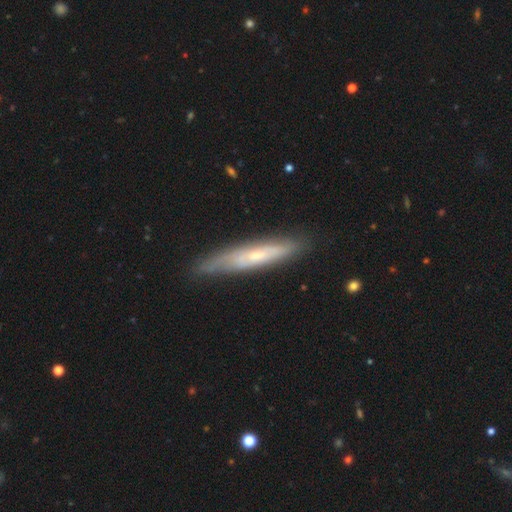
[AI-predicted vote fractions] A featured or disk galaxy (53%) viewed edge-on (75%).

Vote fractions:
- Smooth or featured? featured or disk: 53% / smooth: 41% / star or artifact: 6%
- Edge-on disk? yes: 75% / no: 25%
- Merging? none: 79% / minor disturbance: 17% / major disturbance: 3% / merger: 2%